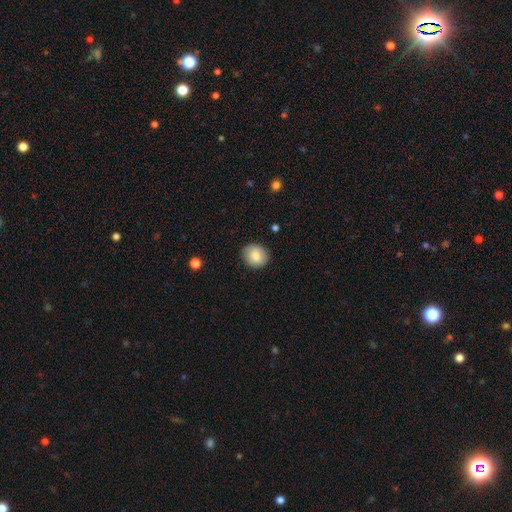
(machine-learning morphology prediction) type=smooth (82%); roundness=round (75%); merging=none (88%).